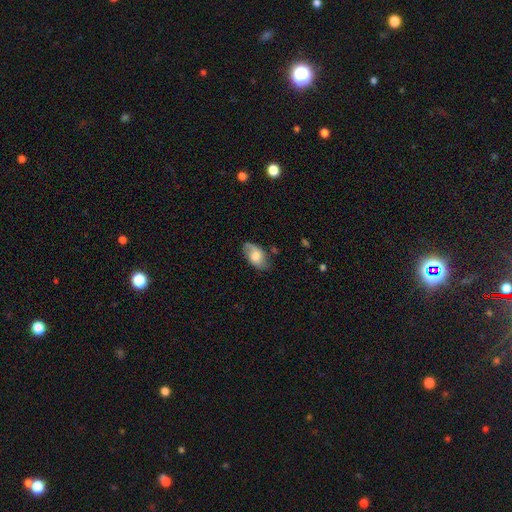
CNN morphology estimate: Q: Smooth or featured?
A: smooth (59%); runner-up: featured or disk (34%)
Q: How rounded?
A: in between (92%); runner-up: round (6%)
Q: Merging?
A: none (67%); runner-up: minor disturbance (24%)